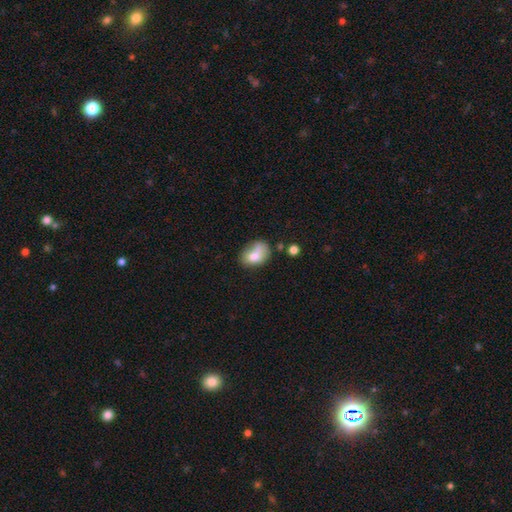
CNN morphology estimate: smooth-or-featured: smooth: 71% | featured or disk: 19% | star or artifact: 10%
  how-rounded: in between: 72% | round: 26% | cigar-shaped: 1%
  merging: none: 37% | minor disturbance: 28% | merger: 20% | major disturbance: 15%